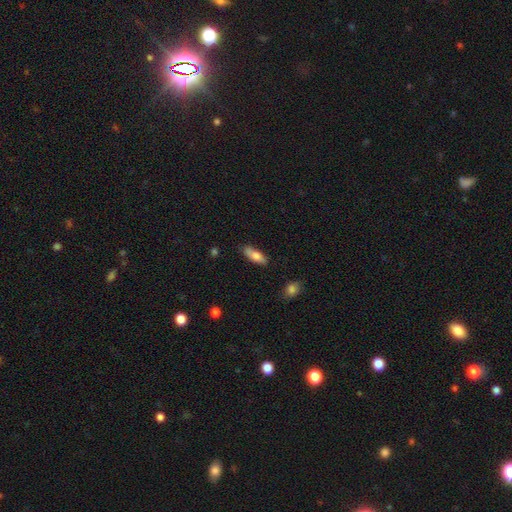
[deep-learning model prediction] A smooth galaxy with no disk features (77%) that is in between round and cigar-shaped (60%). Merging: none (80%).